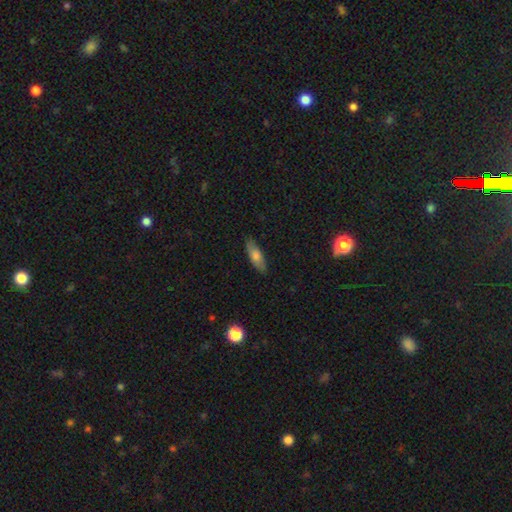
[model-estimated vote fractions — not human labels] Overall: smooth (72%). How rounded: in between (60%; cigar-shaped 37%). Merging: none (85%).